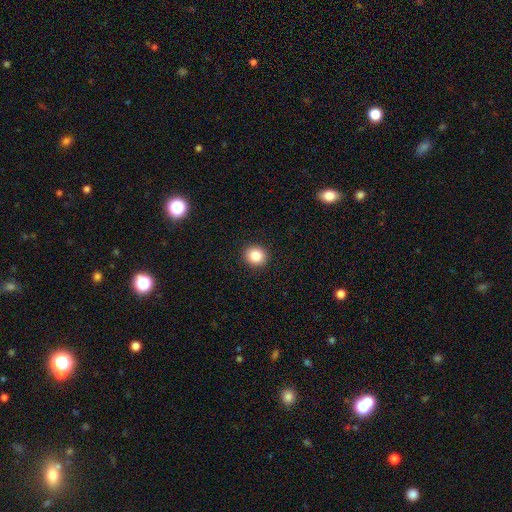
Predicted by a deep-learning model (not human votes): smooth 86%, star or artifact 10%, featured or disk 5%. Down the decision tree: how rounded — round (83%); merging — none (92%).